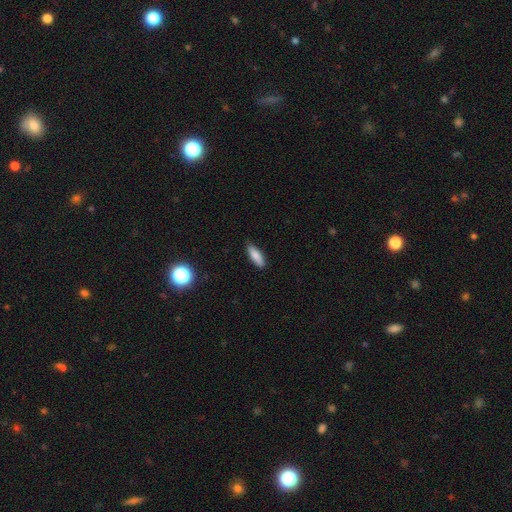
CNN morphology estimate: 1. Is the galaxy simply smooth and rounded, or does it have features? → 82% smooth, 11% featured or disk, 7% star or artifact.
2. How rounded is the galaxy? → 53% in between, 44% cigar-shaped, 2% round.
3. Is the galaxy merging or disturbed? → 84% none, 13% minor disturbance, 2% major disturbance, 1% merger.